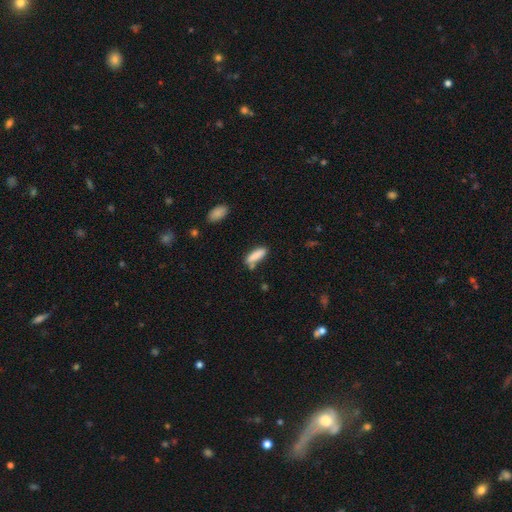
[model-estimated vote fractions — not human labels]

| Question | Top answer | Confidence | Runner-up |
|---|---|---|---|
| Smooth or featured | smooth | 85% | featured or disk (8%) |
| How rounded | cigar-shaped | 51% | in between (47%) |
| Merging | none | 61% | minor disturbance (21%) |